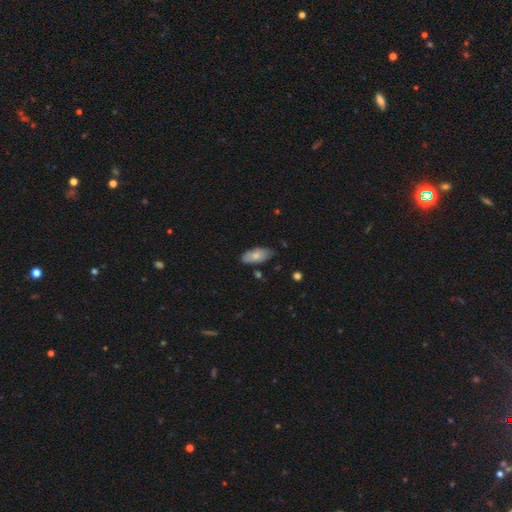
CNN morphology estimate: Smooth or featured: smooth — 74% (featured or disk — 19%)
How rounded: in between — 90% (cigar-shaped — 8%)
Merging: none — 71% (minor disturbance — 23%)